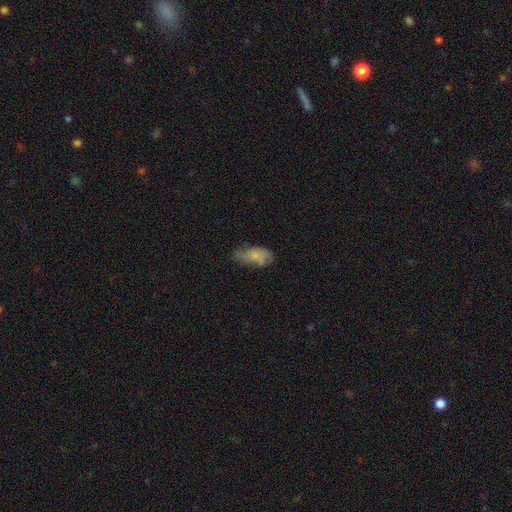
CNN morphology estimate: Smooth or featured? smooth (70%)
How rounded? in between (88%)
Merging? none (45%)